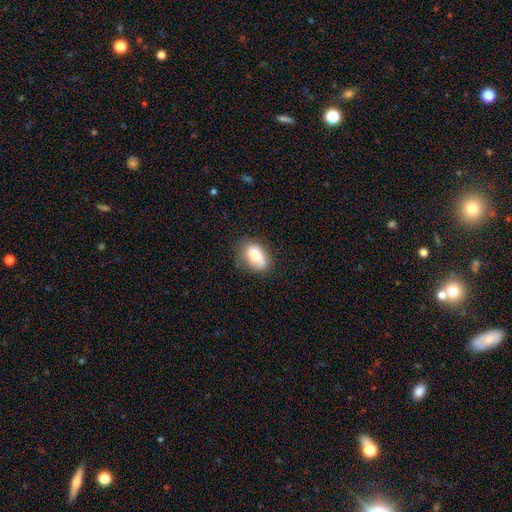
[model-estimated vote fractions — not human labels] smooth 77%, featured or disk 15%, star or artifact 7%. Down the decision tree: how rounded — in between (86%); merging — none (65%).